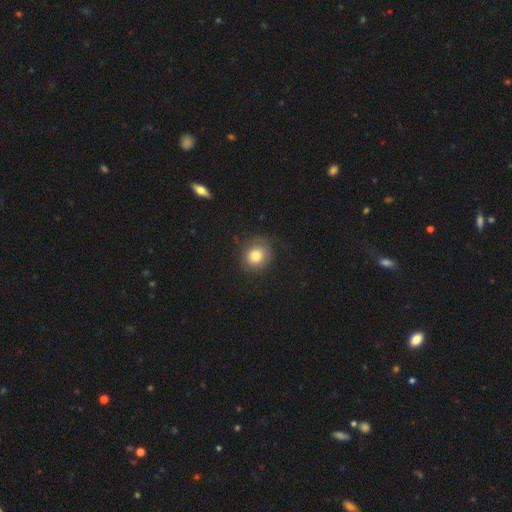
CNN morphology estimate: type=smooth (79%); roundness=round (86%); merging=none (81%).